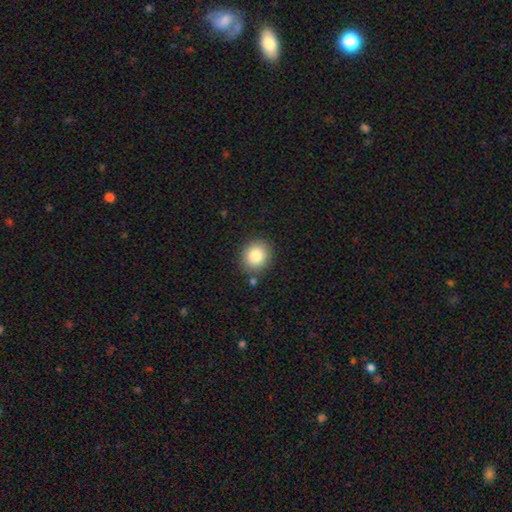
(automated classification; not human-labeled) Smooth or featured?
  - smooth: 83% *
  - star or artifact: 10%
  - featured or disk: 7%
How rounded?
  - round: 82% *
  - in between: 17%
  - cigar-shaped: 1%
Merging?
  - none: 85% *
  - minor disturbance: 9%
  - merger: 4%
  - major disturbance: 3%